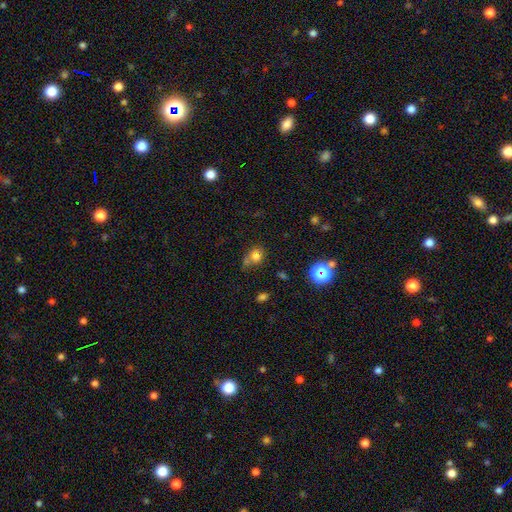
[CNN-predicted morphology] This appears to be a smooth galaxy with no disk features (71%) that is round (69%). Merging: none (44%).